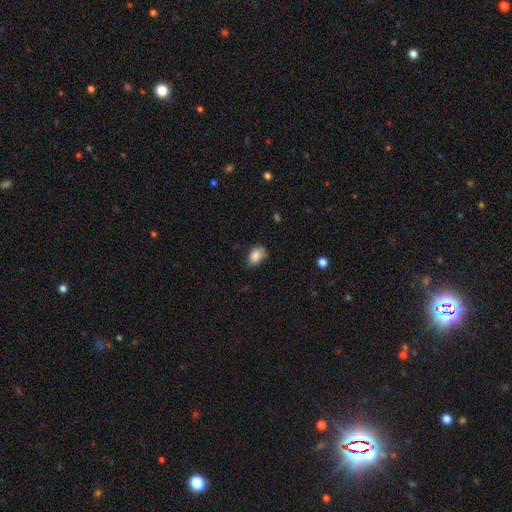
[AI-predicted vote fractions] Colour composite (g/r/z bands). It shows a smooth galaxy with no disk features (86%) that is in between round and cigar-shaped (76%). Merging: none (66%).